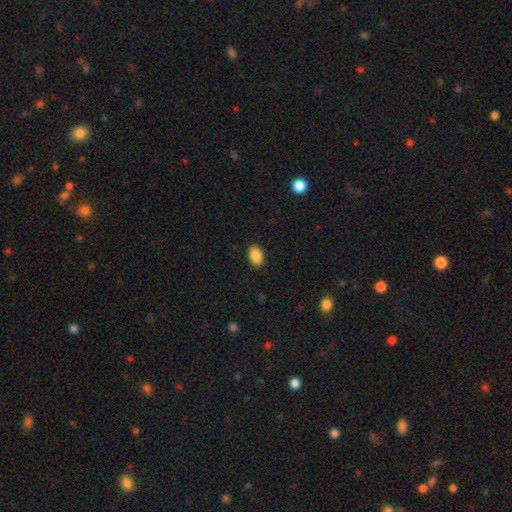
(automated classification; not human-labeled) Smooth or featured? smooth (88%)
How rounded? in between (91%)
Merging? none (89%)